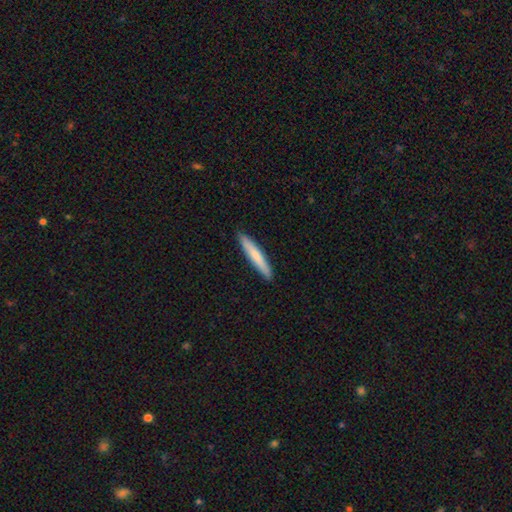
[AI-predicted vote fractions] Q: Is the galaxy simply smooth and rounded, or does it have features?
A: smooth — 72%.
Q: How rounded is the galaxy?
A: cigar-shaped — 94%.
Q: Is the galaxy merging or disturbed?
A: none — 91%.